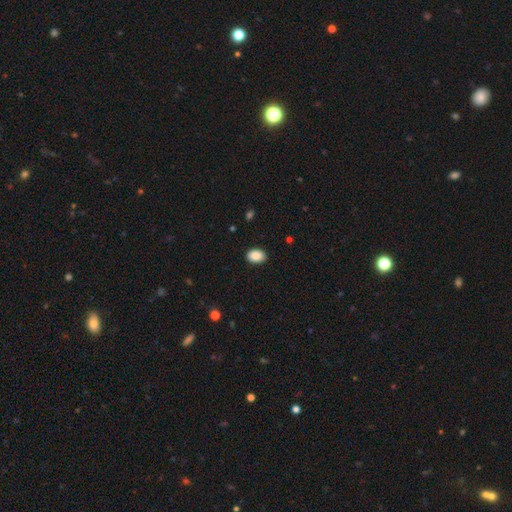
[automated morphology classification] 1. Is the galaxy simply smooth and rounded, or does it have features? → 89% smooth, 7% star or artifact, 4% featured or disk.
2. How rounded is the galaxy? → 81% in between, 18% round, 1% cigar-shaped.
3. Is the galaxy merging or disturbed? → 89% none, 8% minor disturbance, 2% major disturbance, 1% merger.